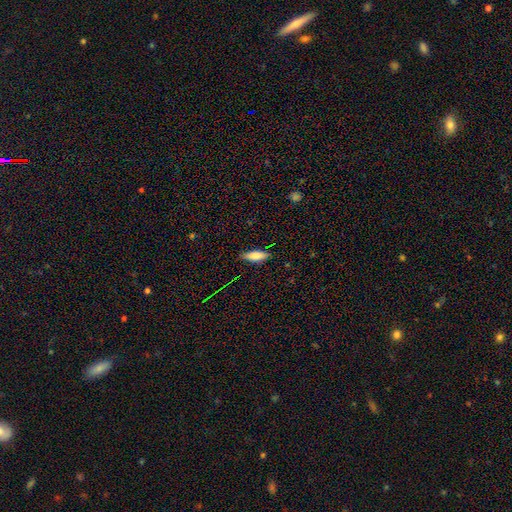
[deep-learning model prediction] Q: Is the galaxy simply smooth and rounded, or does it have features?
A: smooth — 76%.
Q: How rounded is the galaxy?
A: in between — 63%.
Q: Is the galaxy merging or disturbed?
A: none — 86%.